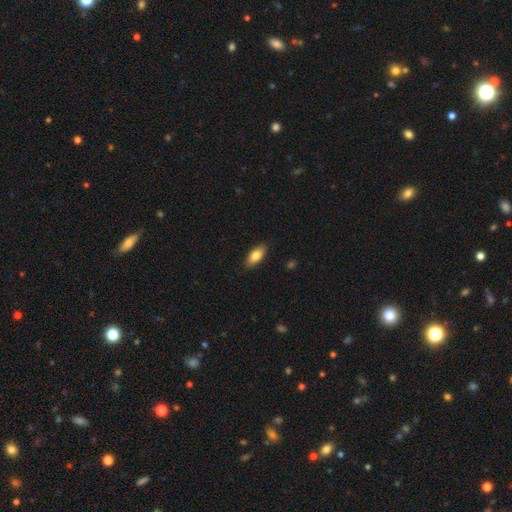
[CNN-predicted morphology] smooth_or_featured: smooth (p=0.82) [alt: featured or disk p=0.12]
how_rounded: in between (p=0.86) [alt: cigar-shaped p=0.11]
merging: none (p=0.88) [alt: minor disturbance p=0.09]